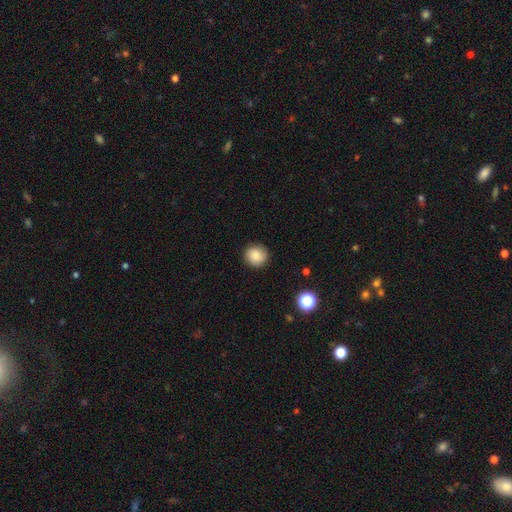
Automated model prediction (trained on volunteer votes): smooth 84%, star or artifact 9%, featured or disk 7%. Down the decision tree: how rounded — round (91%); merging — none (90%).